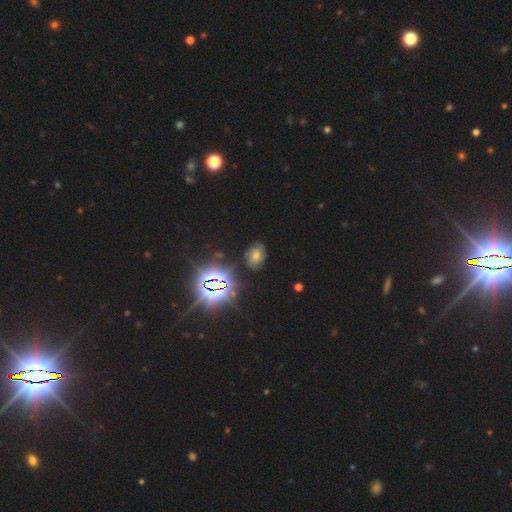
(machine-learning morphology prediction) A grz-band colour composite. It shows a star or artifact, not a galaxy (50%).